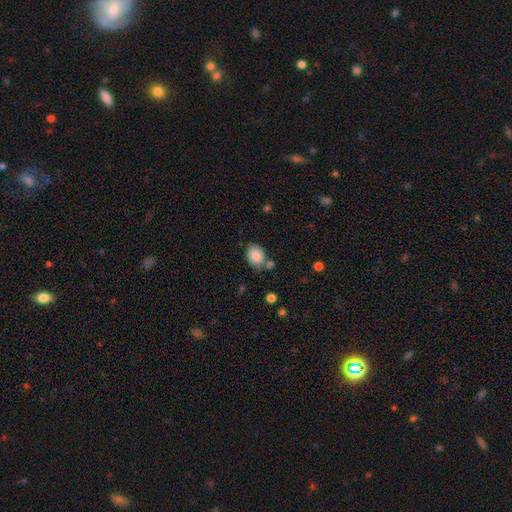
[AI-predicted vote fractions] Smooth or featured? Predicted: smooth (p=0.87). How rounded? Predicted: in between (p=0.70). Merging? Predicted: none (p=0.64).